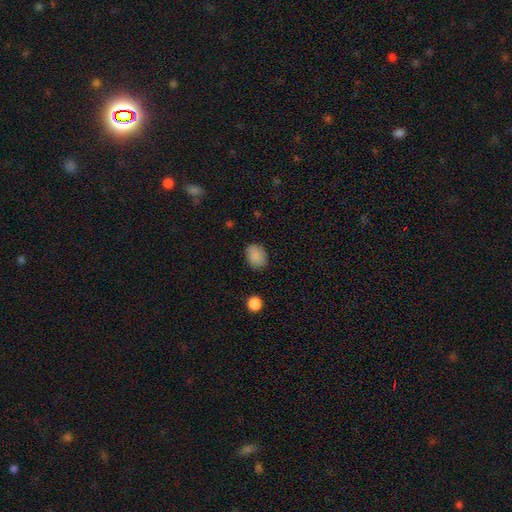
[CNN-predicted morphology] This appears to be a smooth galaxy with no disk features (87%) that is in between round and cigar-shaped (70%). Merging: none (82%).